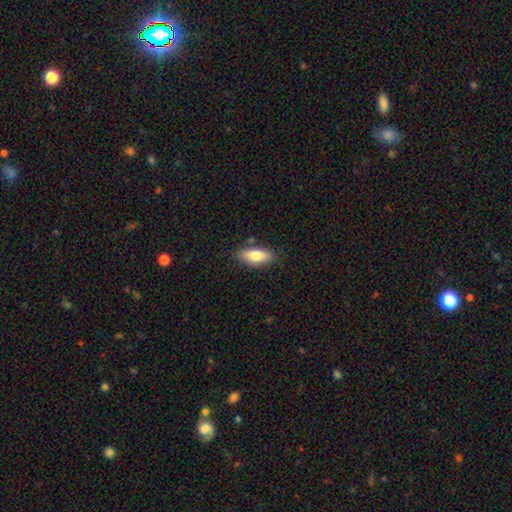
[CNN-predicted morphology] The model was most divided on "how rounded": in between: 73%, cigar-shaped: 24%, round: 3%. More confident: merging — none (81%); smooth or featured — smooth (76%).